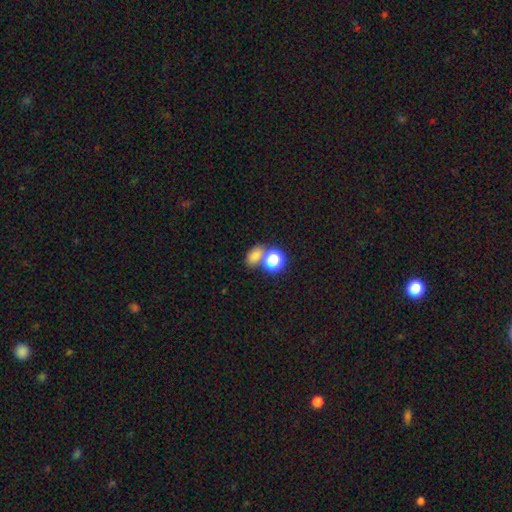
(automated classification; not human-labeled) Smooth or featured? smooth (74%)
How rounded? in between (64%)
Merging? none (54%)